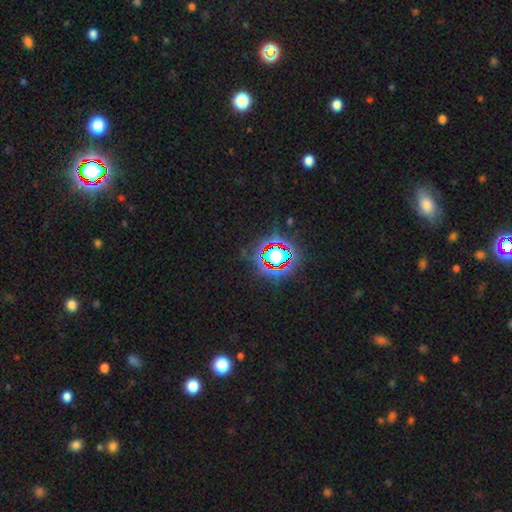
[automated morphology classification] type=star or artifact (78%).